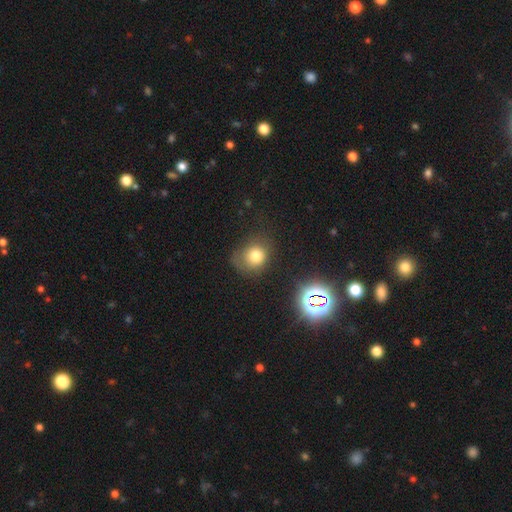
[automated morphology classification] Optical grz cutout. It shows a smooth galaxy with no disk features (73%) that is round (70%). Merging: none (57%).